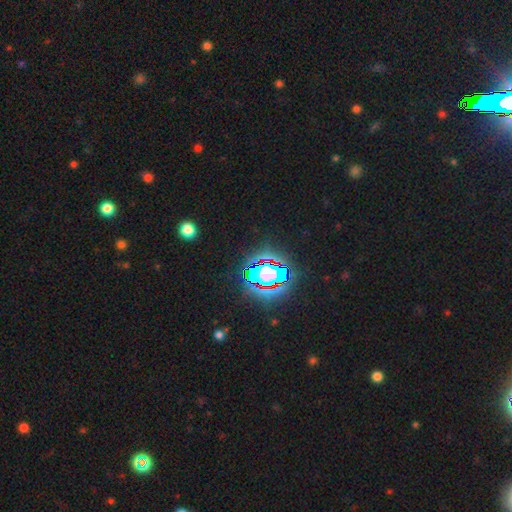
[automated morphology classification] The model was most divided on "smooth or featured": star or artifact: 84%, smooth: 9%, featured or disk: 7%.